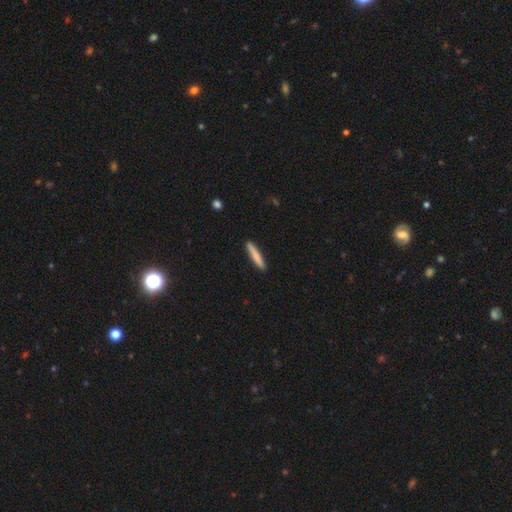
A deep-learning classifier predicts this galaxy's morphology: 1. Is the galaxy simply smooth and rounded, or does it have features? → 79% smooth, 16% featured or disk, 5% star or artifact.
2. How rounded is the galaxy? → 93% cigar-shaped, 5% in between, 1% round.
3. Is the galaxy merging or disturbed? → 90% none, 7% minor disturbance, 1% major disturbance, 1% merger.